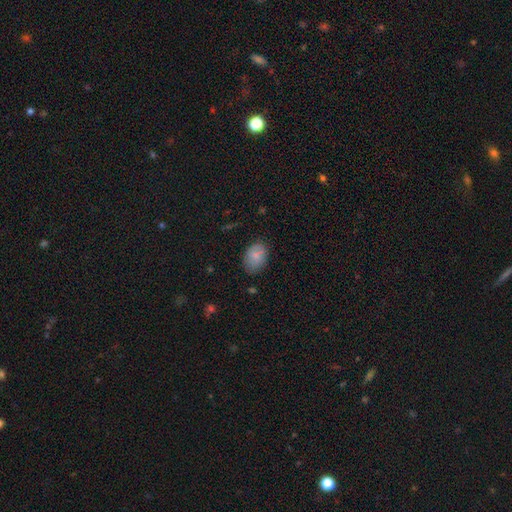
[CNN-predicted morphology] This is clearly a smooth galaxy (82%). How rounded: clearly in between (83%). Merging: likely none (78%).